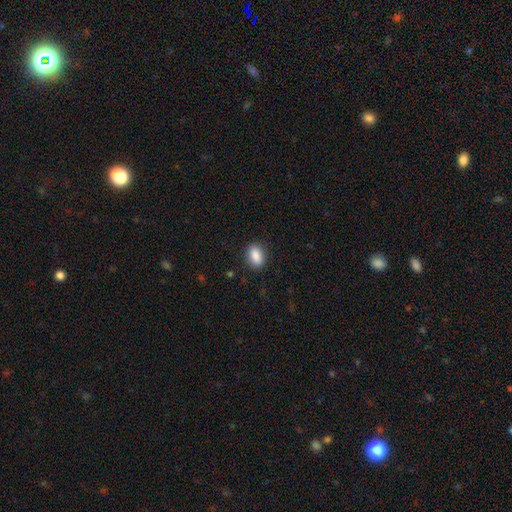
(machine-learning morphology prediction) Overall: smooth (88%). How rounded: in between (83%). Merging: none (87%).